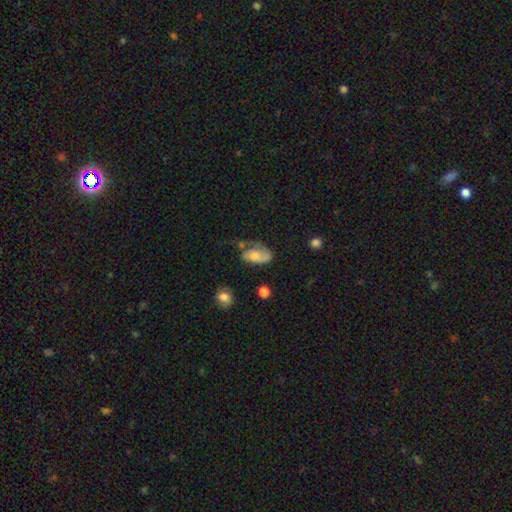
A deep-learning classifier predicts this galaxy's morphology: type=smooth (50%); merging=major disturbance (32%, tied with none).